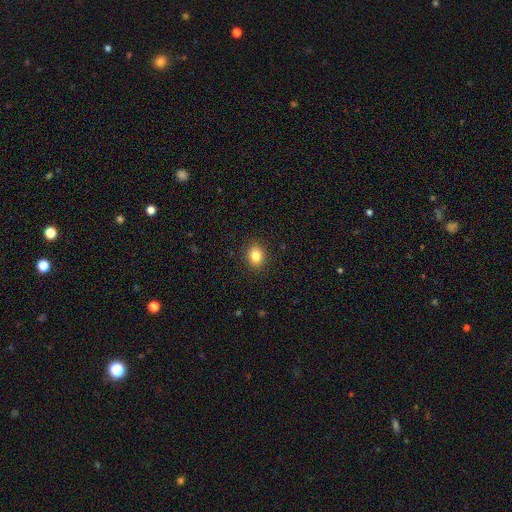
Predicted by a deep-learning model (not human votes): Morphology: type=smooth (84%); roundness=round (55%); merging=none (89%).